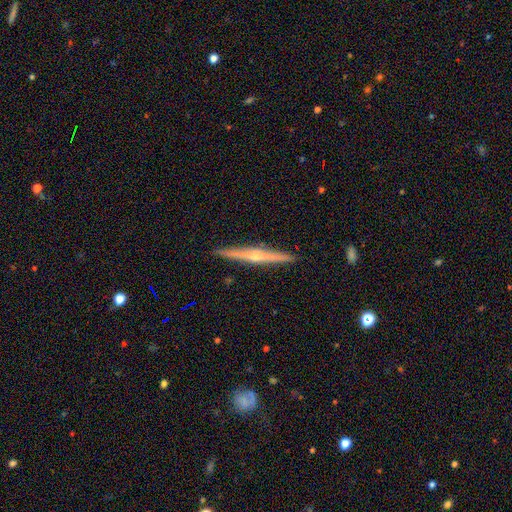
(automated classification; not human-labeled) featured or disk 77%, smooth 18%, star or artifact 6%. Down the decision tree: edge-on disk — yes (98%); edge-on bulge — rounded (85%); merging — none (92%).